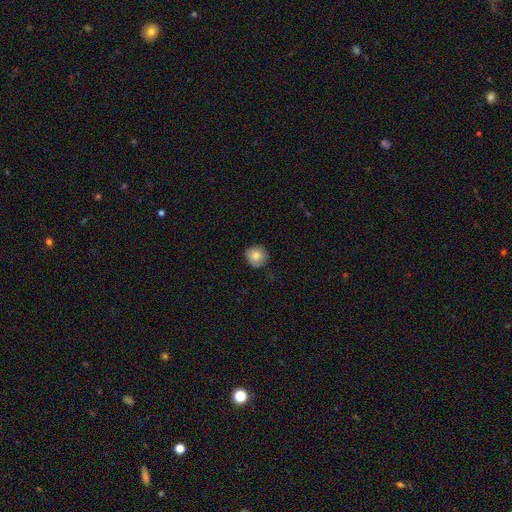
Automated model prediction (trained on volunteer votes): smooth 80%, featured or disk 12%, star or artifact 8%. Down the decision tree: how rounded — round (90%); merging — none (81%).